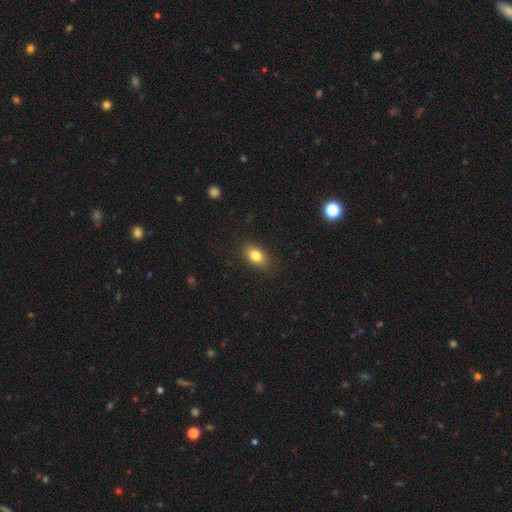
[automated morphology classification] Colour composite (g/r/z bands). It shows a smooth galaxy with no disk features (82%) that is in between round and cigar-shaped (83%). Merging: none (86%).